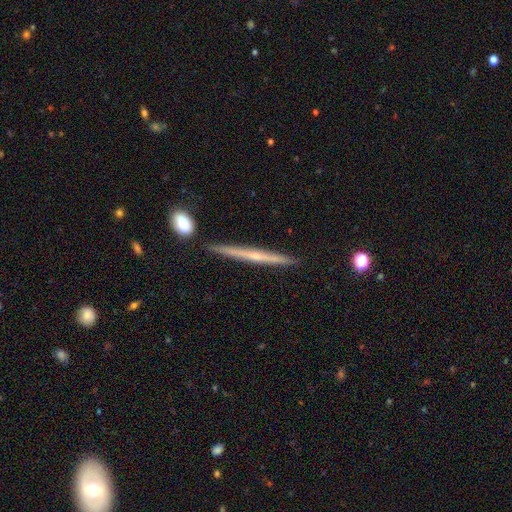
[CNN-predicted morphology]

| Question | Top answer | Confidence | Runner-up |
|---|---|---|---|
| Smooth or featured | featured or disk | 66% | smooth (28%) |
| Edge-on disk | yes | 98% | no (2%) |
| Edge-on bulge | none | 50% | rounded (45%) |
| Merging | none | 90% | minor disturbance (7%) |